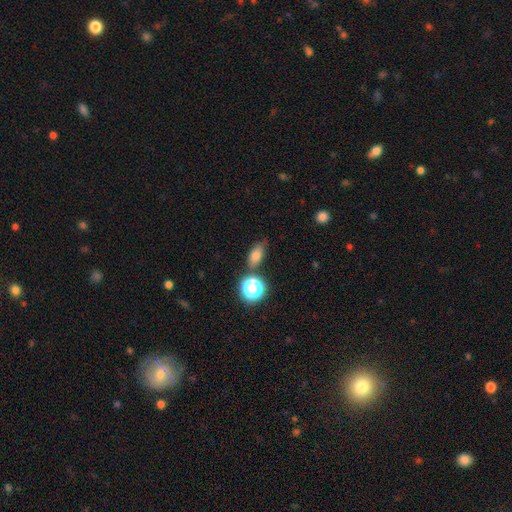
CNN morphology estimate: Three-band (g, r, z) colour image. It shows a smooth galaxy with no disk features (74%) that is in between round and cigar-shaped (77%). Merging: none (68%).